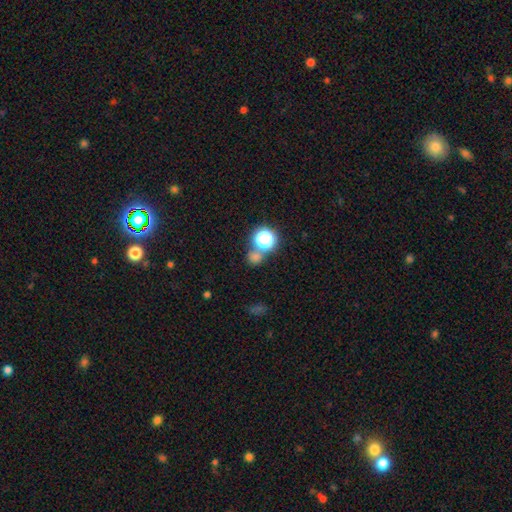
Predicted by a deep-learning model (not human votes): Morphology: type=smooth (48%); merging=none (65%).